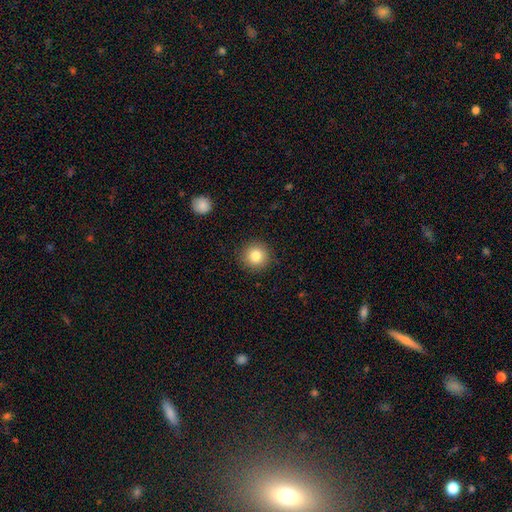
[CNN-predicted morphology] A smooth galaxy with no disk features (83%) that is round (95%).

Vote fractions:
- Smooth or featured? smooth: 83% / star or artifact: 10% / featured or disk: 7%
- How rounded? round: 95% / in between: 4% / cigar-shaped: 1%
- Merging? none: 91% / minor disturbance: 6% / major disturbance: 2% / merger: 1%